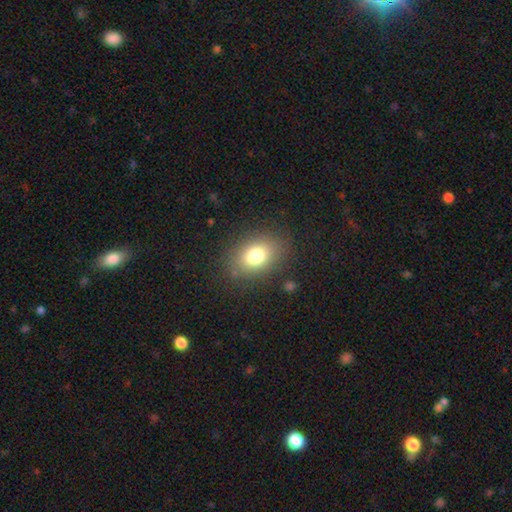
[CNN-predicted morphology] smooth_or_featured: smooth (p=0.77) [alt: star or artifact p=0.12]
how_rounded: in between (p=0.71) [alt: round p=0.28]
merging: none (p=0.83) [alt: minor disturbance p=0.11]